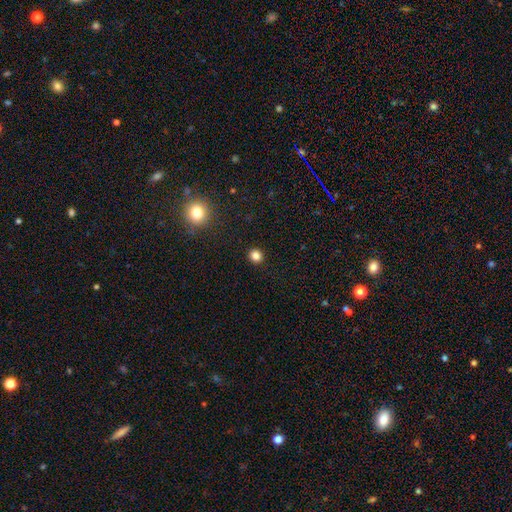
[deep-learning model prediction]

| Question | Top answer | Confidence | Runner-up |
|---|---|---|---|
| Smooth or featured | smooth | 83% | star or artifact (13%) |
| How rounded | round | 90% | in between (9%) |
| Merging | none | 92% | minor disturbance (5%) |